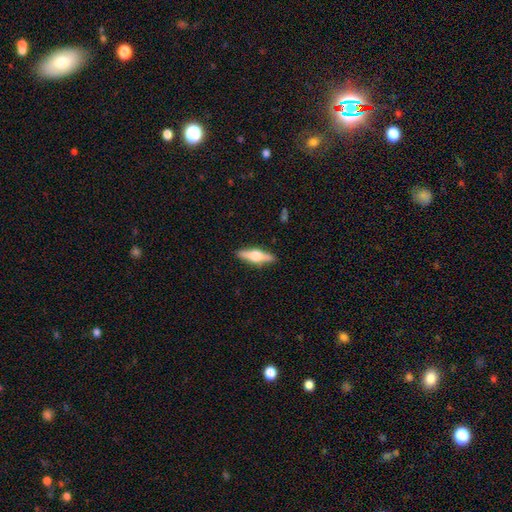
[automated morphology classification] smooth_or_featured: featured or disk (p=0.57) [alt: smooth p=0.37]
disk_edge_on: yes (p=0.95) [alt: no p=0.05]
edge_on_bulge: rounded (p=0.93) [alt: boxy p=0.05]
merging: none (p=0.89) [alt: minor disturbance p=0.08]